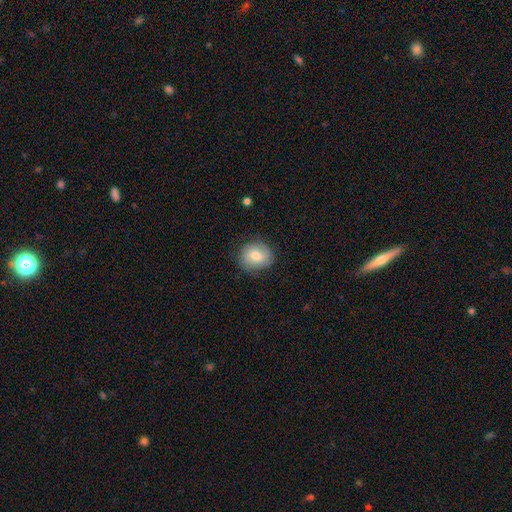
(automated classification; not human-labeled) A smooth galaxy with no disk features (68%) that is round (71%).

Vote fractions:
- Smooth or featured? smooth: 68% / featured or disk: 24% / star or artifact: 8%
- How rounded? round: 71% / in between: 28% / cigar-shaped: 1%
- Merging? none: 81% / minor disturbance: 15% / major disturbance: 4% / merger: 1%